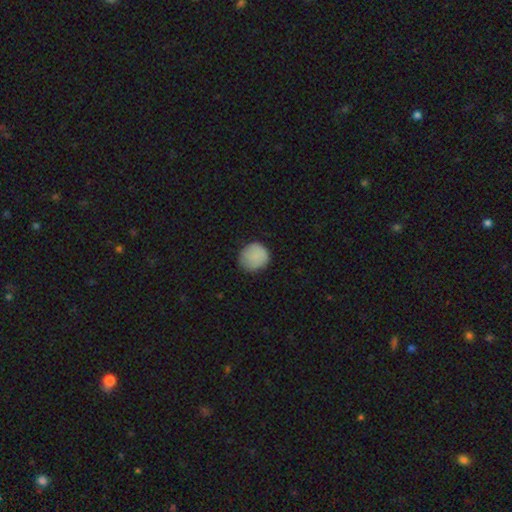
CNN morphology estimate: Smooth or featured: smooth — 84% (featured or disk — 8%)
How rounded: round — 89% (in between — 10%)
Merging: none — 78% (minor disturbance — 17%)